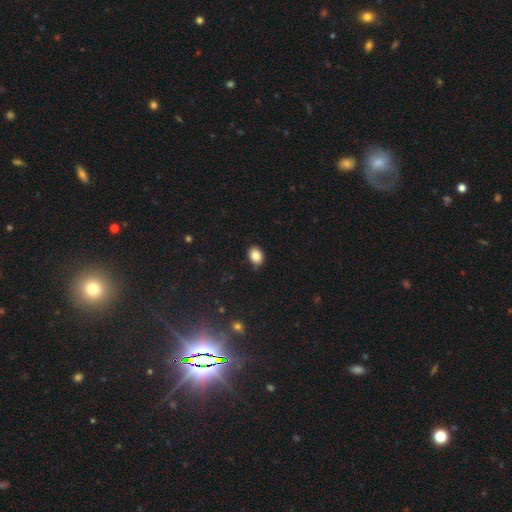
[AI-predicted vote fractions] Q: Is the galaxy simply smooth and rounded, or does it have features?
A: smooth — 85%.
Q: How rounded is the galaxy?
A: in between — 70%.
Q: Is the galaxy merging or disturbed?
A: none — 84%.